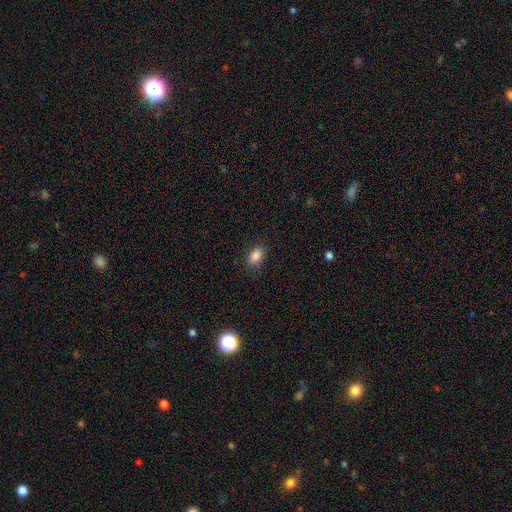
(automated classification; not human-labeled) smooth 87%, star or artifact 9%, featured or disk 5%. Down the decision tree: how rounded — in between (88%); merging — none (85%).